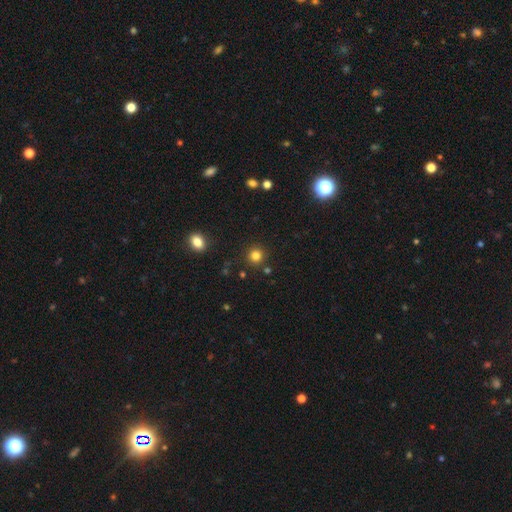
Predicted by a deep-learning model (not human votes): The model was most divided on "smooth or featured": smooth: 82%, star or artifact: 14%, featured or disk: 5%. More confident: how rounded — round (93%); merging — none (88%).